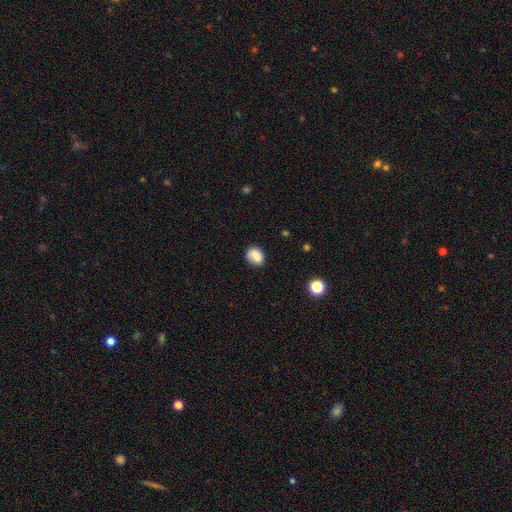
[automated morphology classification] smooth 80%, featured or disk 12%, star or artifact 9%. Down the decision tree: how rounded — in between (58%); merging — none (72%).